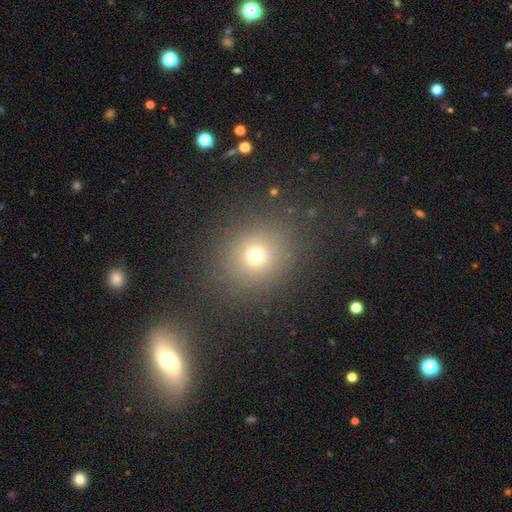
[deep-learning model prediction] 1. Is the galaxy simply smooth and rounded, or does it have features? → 70% smooth, 20% star or artifact, 10% featured or disk.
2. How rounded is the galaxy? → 80% round, 19% in between, 1% cigar-shaped.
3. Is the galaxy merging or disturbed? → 84% none, 8% minor disturbance, 5% major disturbance, 2% merger.